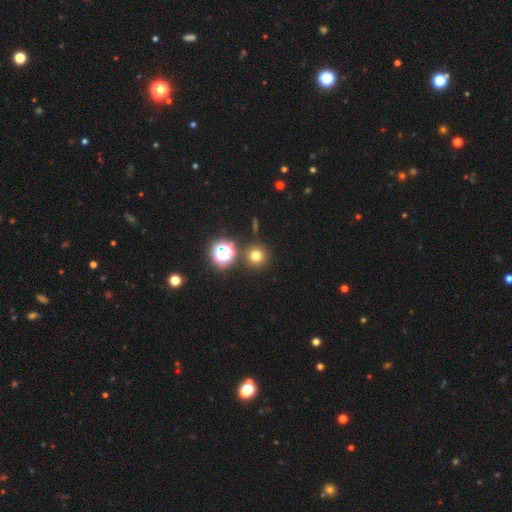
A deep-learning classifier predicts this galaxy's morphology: Overall: smooth (70%). How rounded: round (94%). Merging: none (85%).